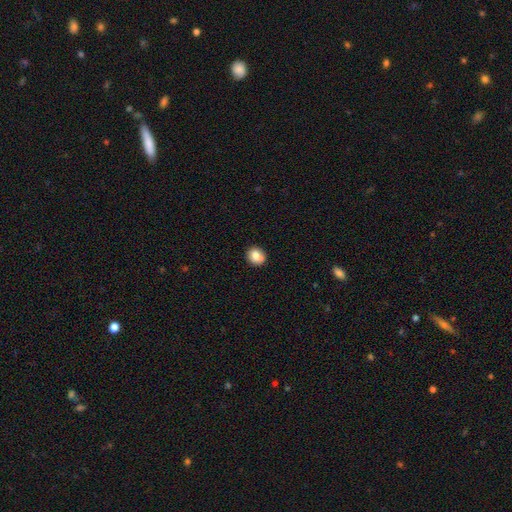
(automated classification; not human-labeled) Smooth or featured? Predicted: smooth (p=0.80). How rounded? Predicted: round (p=0.73). Merging? Predicted: none (p=0.74).